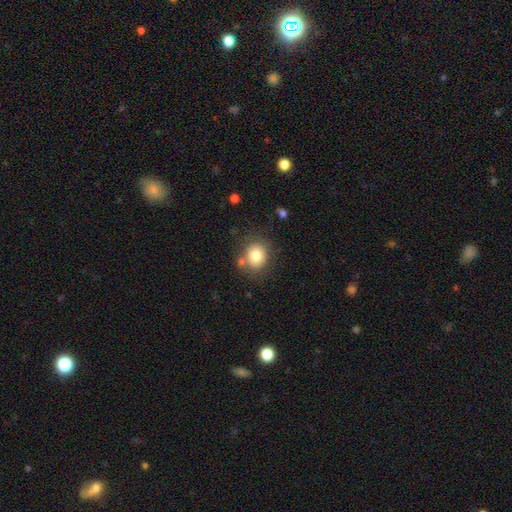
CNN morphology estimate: The model was most divided on "how rounded": round: 75%, in between: 25%, cigar-shaped: 1%. More confident: smooth or featured — smooth (78%); merging — none (73%).